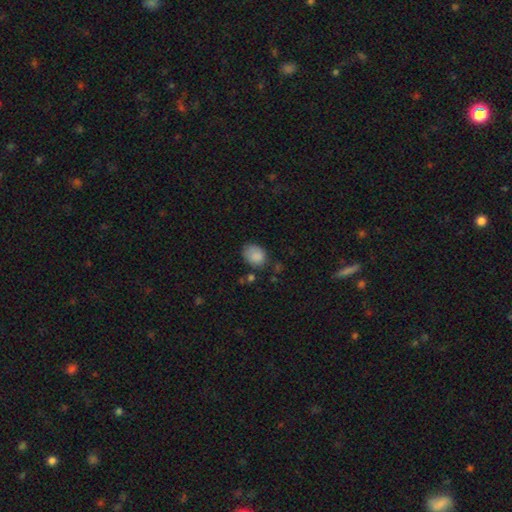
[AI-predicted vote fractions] A smooth galaxy with no disk features (86%) that is in between round and cigar-shaped (62%). Merging: none (63%).